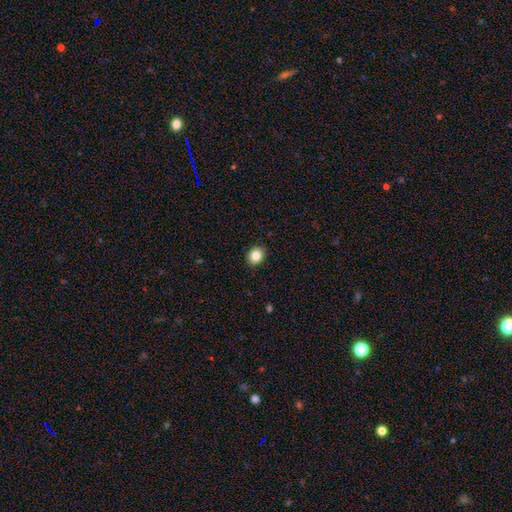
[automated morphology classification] Q: Smooth or featured?
A: smooth (85%); runner-up: star or artifact (10%)
Q: How rounded?
A: round (54%); runner-up: in between (45%)
Q: Merging?
A: none (91%); runner-up: minor disturbance (7%)